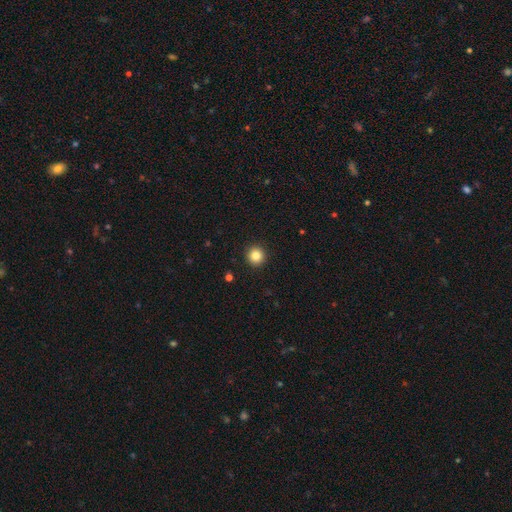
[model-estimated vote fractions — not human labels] Morphology: type=smooth (84%); roundness=round (95%); merging=none (94%).